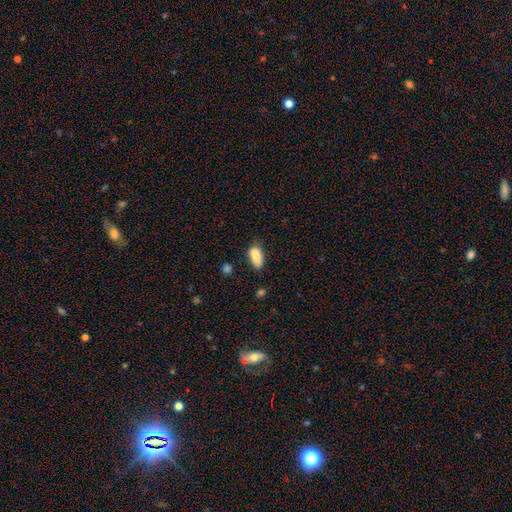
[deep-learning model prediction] This appears to be a smooth galaxy with no disk features (84%) that is in between round and cigar-shaped (89%). Merging: none (66%).